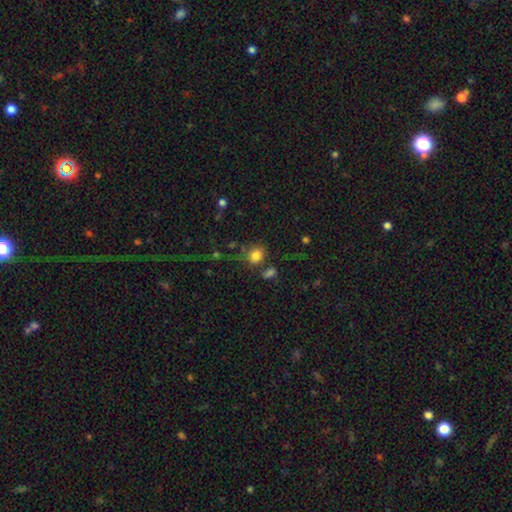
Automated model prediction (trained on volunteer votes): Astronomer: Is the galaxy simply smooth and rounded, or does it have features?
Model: smooth — 81%.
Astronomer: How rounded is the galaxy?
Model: round — 72%.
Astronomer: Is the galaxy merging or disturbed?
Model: none — 68%.